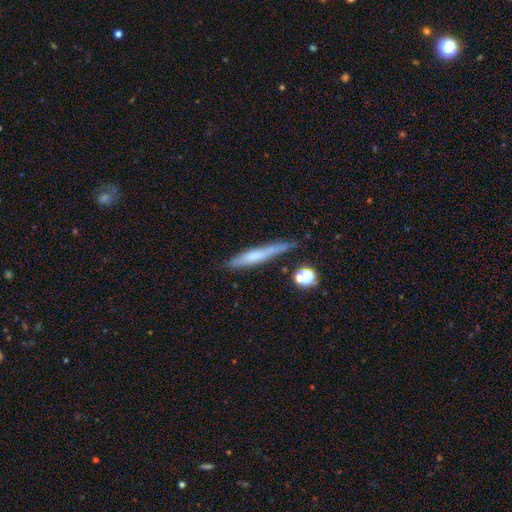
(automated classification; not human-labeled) Smooth or featured: smooth — 56% (featured or disk — 35%)
How rounded: cigar-shaped — 92% (in between — 6%)
Merging: none — 70% (minor disturbance — 20%)